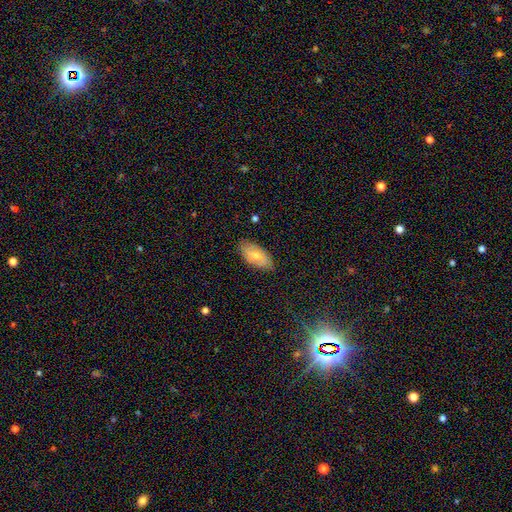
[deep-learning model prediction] Morphology: type=smooth (61%); roundness=in between (93%); merging=none (79%).